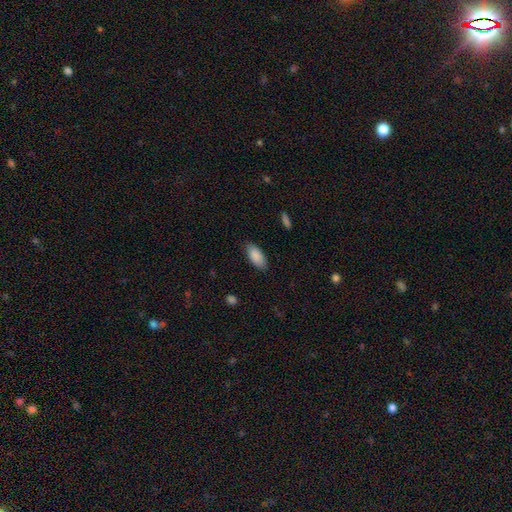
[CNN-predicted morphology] This is clearly a smooth galaxy (89%). How rounded: clearly in between (90%). Merging: clearly none (84%).